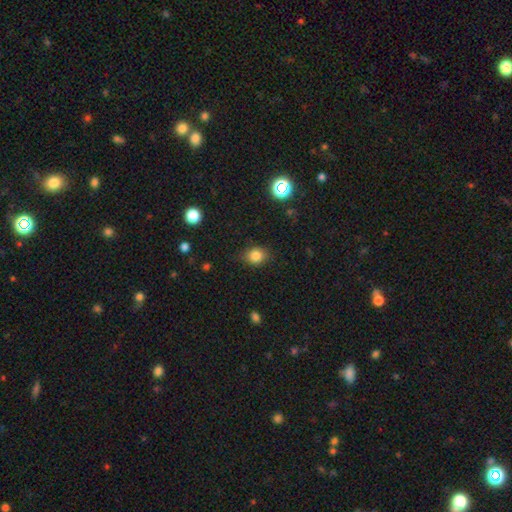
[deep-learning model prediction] A smooth galaxy with no disk features (82%) that is round (64%). Merging: none (82%).